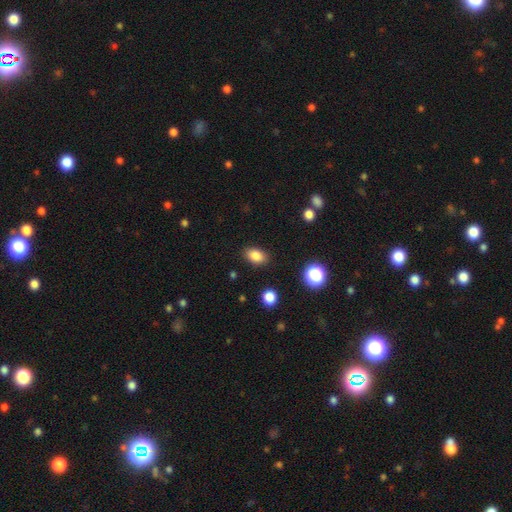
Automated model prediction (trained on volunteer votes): smooth_or_featured: smooth (p=0.84) [alt: star or artifact p=0.10]
how_rounded: in between (p=0.85) [alt: round p=0.14]
merging: none (p=0.86) [alt: minor disturbance p=0.09]